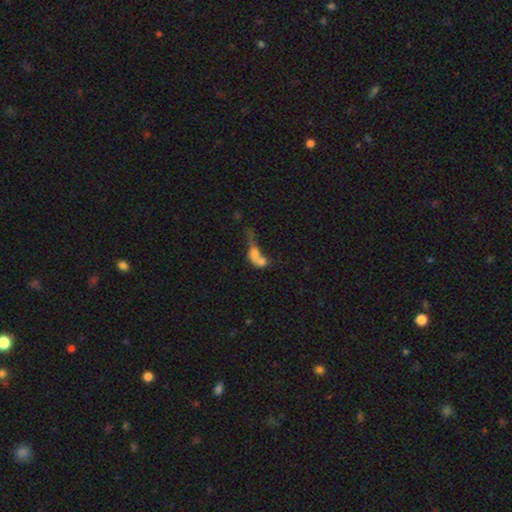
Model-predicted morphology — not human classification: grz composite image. It shows a smooth galaxy with no disk features (60%) that is in between round and cigar-shaped (58%). Merging: merger (69%).